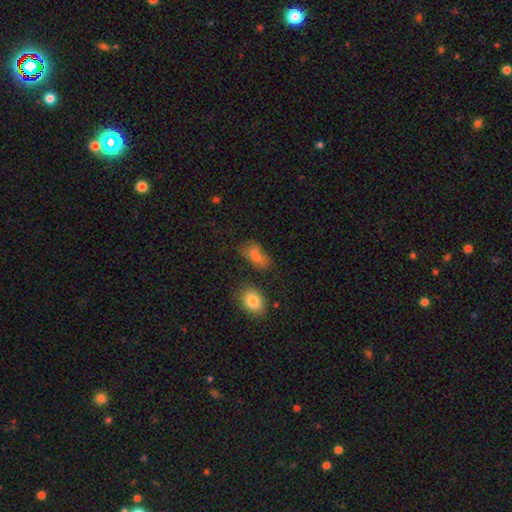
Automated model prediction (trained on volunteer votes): smooth_or_featured: smooth (p=0.76) [alt: featured or disk p=0.12]
how_rounded: in between (p=0.89) [alt: round p=0.08]
merging: none (p=0.48) [alt: minor disturbance p=0.27]